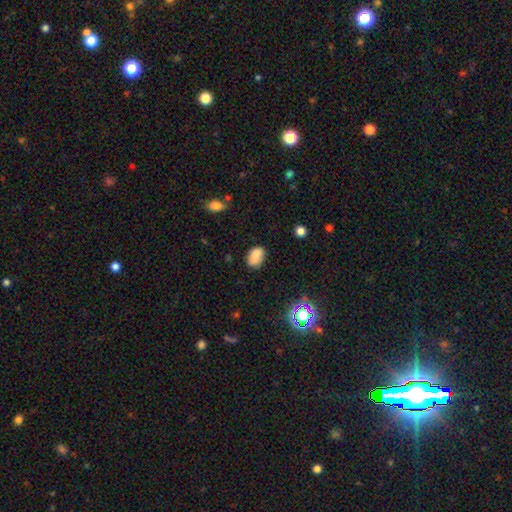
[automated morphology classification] Smooth or featured?
  - smooth: 79% *
  - star or artifact: 11%
  - featured or disk: 10%
How rounded?
  - in between: 82% *
  - round: 16%
  - cigar-shaped: 1%
Merging?
  - none: 65% *
  - minor disturbance: 22%
  - merger: 8%
  - major disturbance: 5%